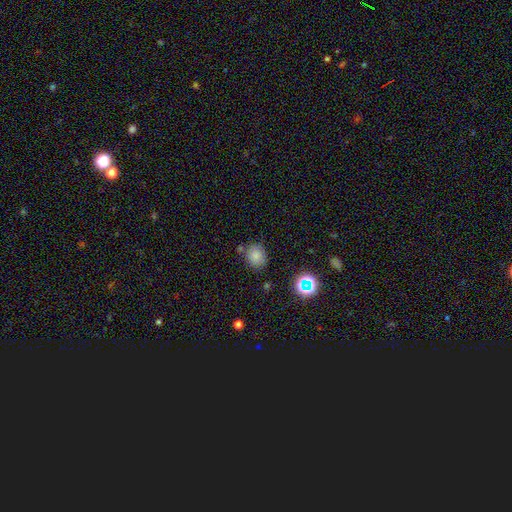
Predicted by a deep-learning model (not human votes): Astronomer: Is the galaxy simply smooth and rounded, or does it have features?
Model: smooth — 77%.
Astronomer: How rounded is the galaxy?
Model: round — 67%.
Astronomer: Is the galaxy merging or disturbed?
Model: none — 75%.